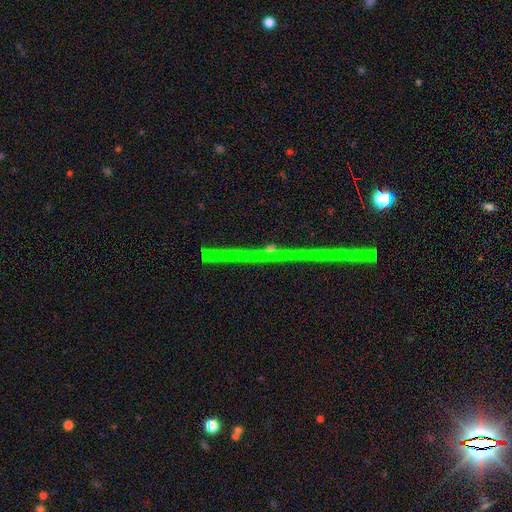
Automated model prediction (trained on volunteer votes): Smooth or featured?
  - star or artifact: 73% *
  - featured or disk: 20%
  - smooth: 8%